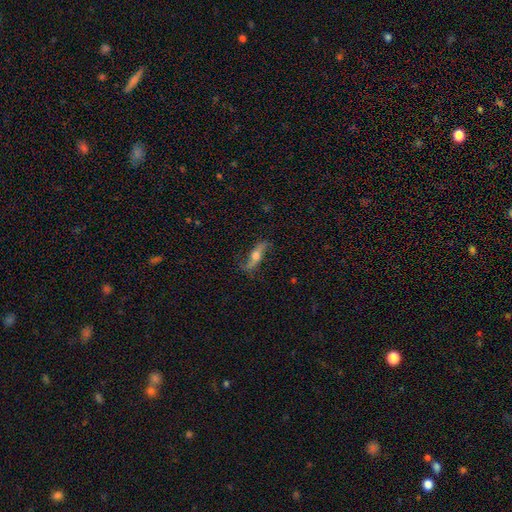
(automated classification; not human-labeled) Morphology: type=featured or disk (73%); edge-on=no (68%); merging=none (77%).